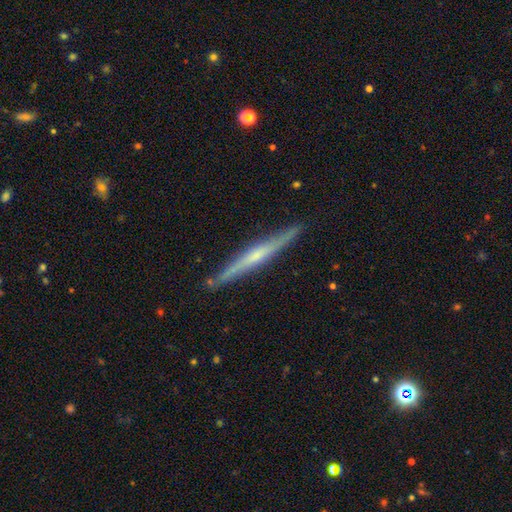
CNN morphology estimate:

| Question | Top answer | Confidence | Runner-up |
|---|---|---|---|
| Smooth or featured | featured or disk | 70% | smooth (24%) |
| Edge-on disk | yes | 97% | no (3%) |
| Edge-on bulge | rounded | 49% | none (39%) |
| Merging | none | 89% | minor disturbance (8%) |